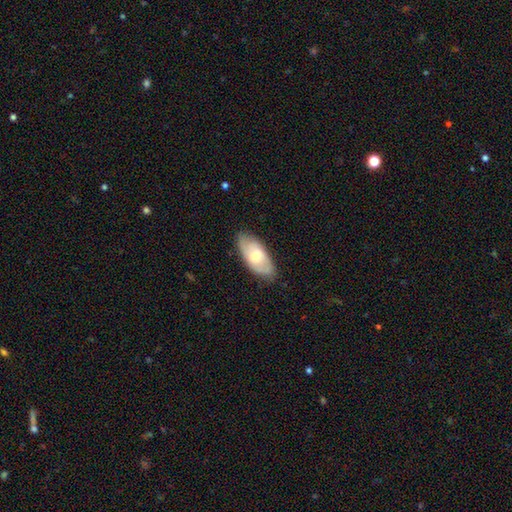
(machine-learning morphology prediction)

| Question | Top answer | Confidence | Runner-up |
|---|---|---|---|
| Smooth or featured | smooth | 57% | featured or disk (37%) |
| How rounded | in between | 90% | cigar-shaped (7%) |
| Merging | none | 80% | minor disturbance (16%) |